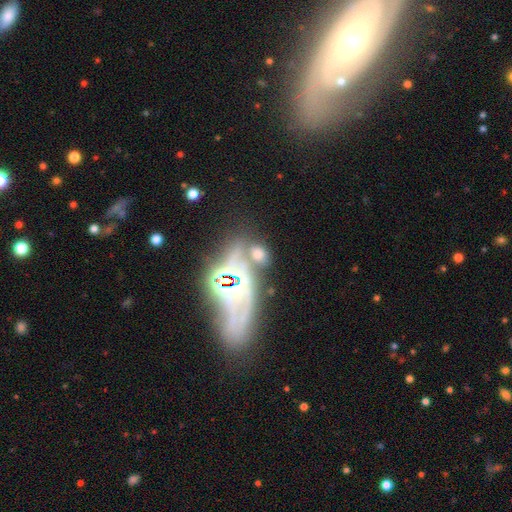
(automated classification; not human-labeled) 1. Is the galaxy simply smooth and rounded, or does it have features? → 39% star or artifact, 33% featured or disk, 28% smooth.